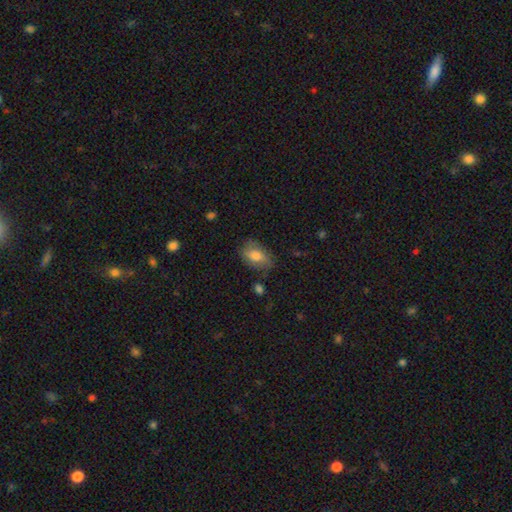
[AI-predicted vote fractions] Smooth or featured? smooth (73%)
How rounded? in between (89%)
Merging? none (70%)